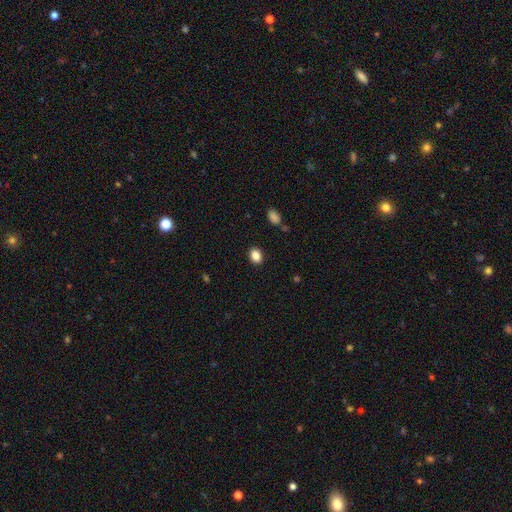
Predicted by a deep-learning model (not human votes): Smooth or featured?
  - smooth: 86% *
  - star or artifact: 9%
  - featured or disk: 4%
How rounded?
  - in between: 67% *
  - round: 32%
  - cigar-shaped: 1%
Merging?
  - none: 89% *
  - minor disturbance: 8%
  - major disturbance: 2%
  - merger: 1%